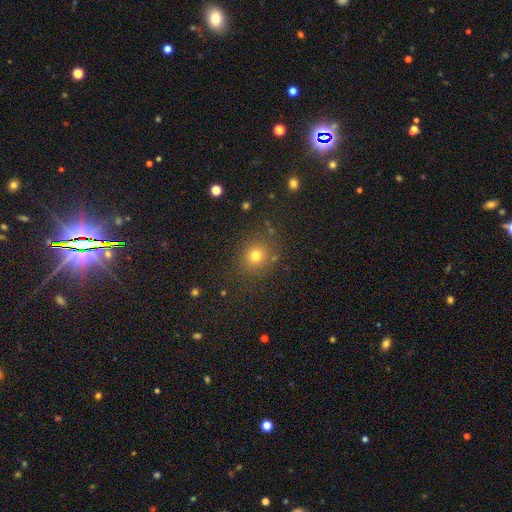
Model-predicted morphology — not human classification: A smooth galaxy with no disk features (75%) that is round (83%).

Vote fractions:
- Smooth or featured? smooth: 75% / star or artifact: 18% / featured or disk: 7%
- How rounded? round: 83% / in between: 16% / cigar-shaped: 1%
- Merging? none: 83% / minor disturbance: 10% / major disturbance: 4% / merger: 3%